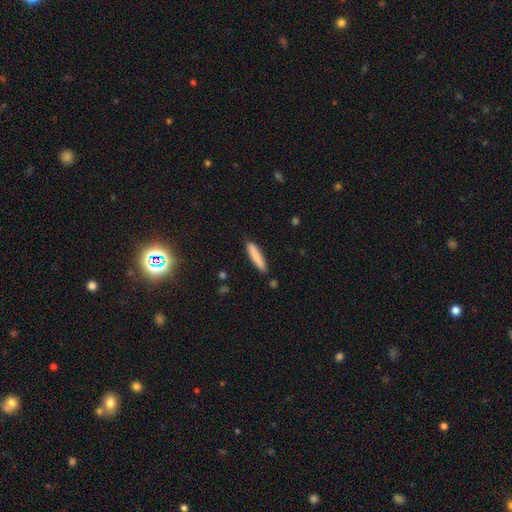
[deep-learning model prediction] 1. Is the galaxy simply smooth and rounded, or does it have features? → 83% smooth, 11% featured or disk, 6% star or artifact.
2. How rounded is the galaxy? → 86% cigar-shaped, 13% in between, 1% round.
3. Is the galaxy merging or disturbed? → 86% none, 10% minor disturbance, 2% merger, 2% major disturbance.